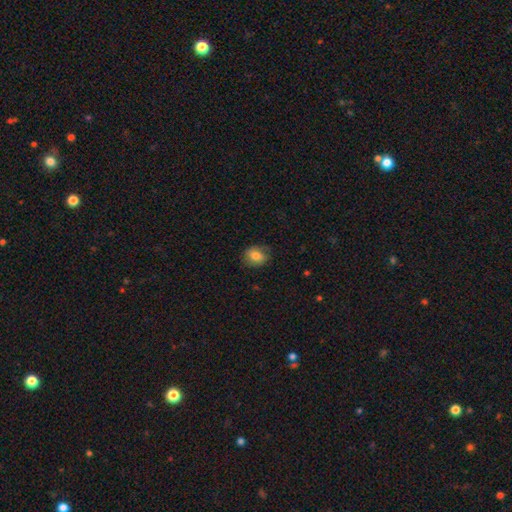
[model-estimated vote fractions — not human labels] smooth 79%, featured or disk 13%, star or artifact 8%. Down the decision tree: how rounded — round (50%); merging — none (76%).